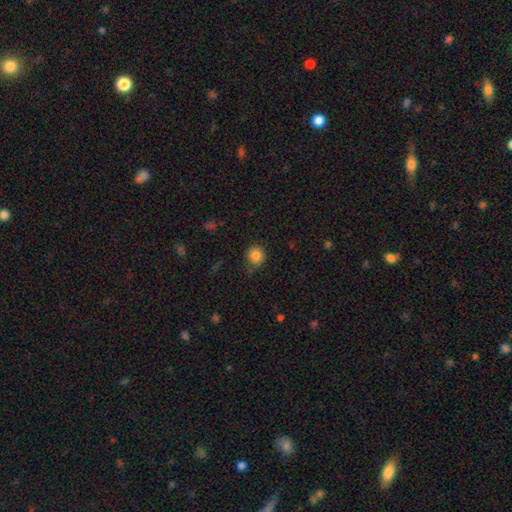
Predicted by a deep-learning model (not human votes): Smooth or featured? smooth (85%)
How rounded? round (85%)
Merging? none (76%)